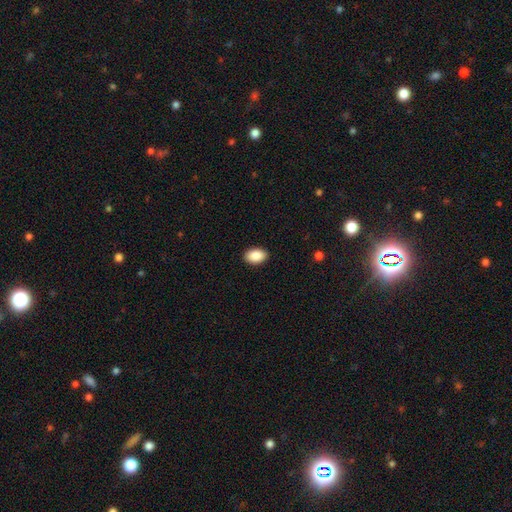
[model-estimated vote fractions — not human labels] This appears to be a smooth galaxy with no disk features (89%) that is in between round and cigar-shaped (90%). Merging: none (90%).